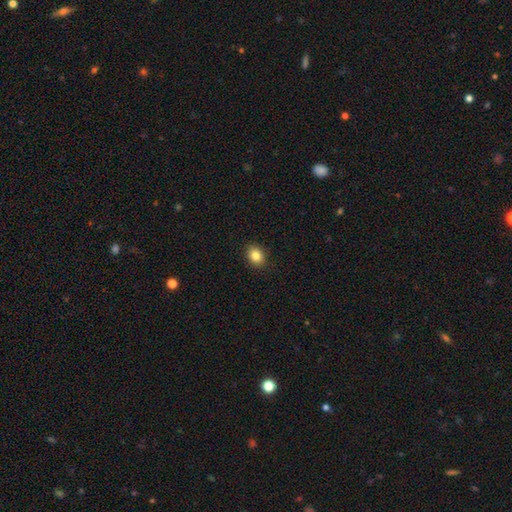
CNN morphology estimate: Q: Smooth or featured?
A: smooth (84%); runner-up: star or artifact (10%)
Q: How rounded?
A: in between (55%); runner-up: round (44%)
Q: Merging?
A: none (90%); runner-up: minor disturbance (7%)